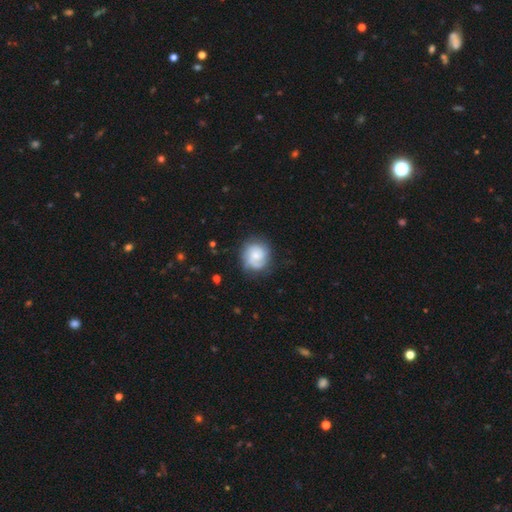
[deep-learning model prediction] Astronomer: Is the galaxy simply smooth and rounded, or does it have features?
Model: featured or disk — 68%.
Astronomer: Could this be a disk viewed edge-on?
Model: no — 98%.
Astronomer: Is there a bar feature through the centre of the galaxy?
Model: no — 71%.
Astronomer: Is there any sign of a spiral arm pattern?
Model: yes — 94%.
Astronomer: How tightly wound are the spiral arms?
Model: tight — 55% (runner-up: medium, 34%).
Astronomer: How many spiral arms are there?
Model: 2 — 38% (runner-up: 3, 25%).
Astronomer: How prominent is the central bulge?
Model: small — 49% (runner-up: moderate, 38%).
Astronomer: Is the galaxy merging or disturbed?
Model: none — 74%.